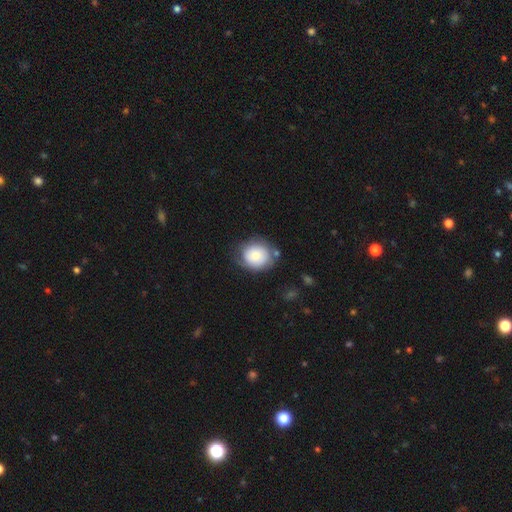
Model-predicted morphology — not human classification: smooth_or_featured: smooth (p=0.69) [alt: featured or disk p=0.24]
how_rounded: round (p=0.76) [alt: in between p=0.23]
merging: none (p=0.64) [alt: minor disturbance p=0.23]